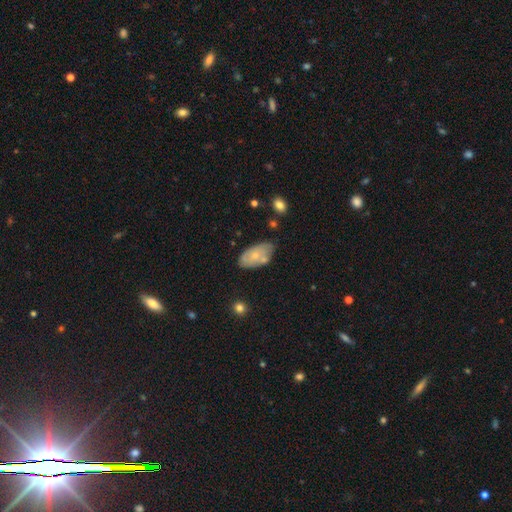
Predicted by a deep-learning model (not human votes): smooth_or_featured: smooth (p=0.58) [alt: featured or disk p=0.35]
how_rounded: in between (p=0.93) [alt: round p=0.04]
merging: none (p=0.61) [alt: minor disturbance p=0.24]